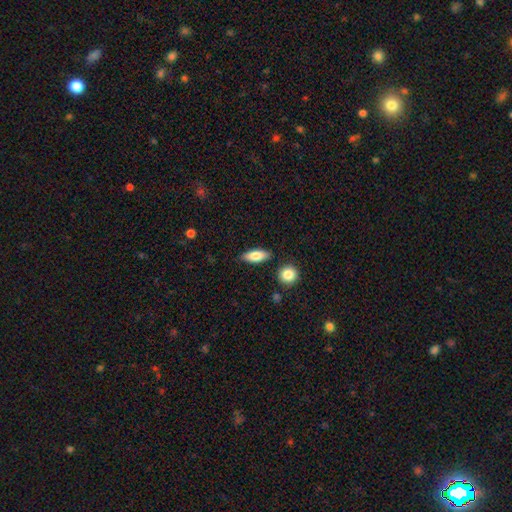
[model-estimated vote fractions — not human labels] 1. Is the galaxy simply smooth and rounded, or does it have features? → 79% smooth, 14% featured or disk, 7% star or artifact.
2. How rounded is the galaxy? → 75% in between, 21% cigar-shaped, 3% round.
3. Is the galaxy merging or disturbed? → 84% none, 11% minor disturbance, 3% merger, 2% major disturbance.